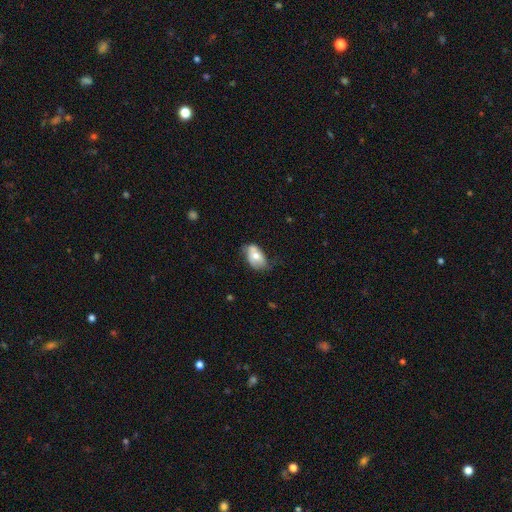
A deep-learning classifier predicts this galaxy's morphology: Smooth or featured? Predicted: smooth (p=0.61). How rounded? Predicted: in between (p=0.90). Merging? Predicted: none (p=0.45).